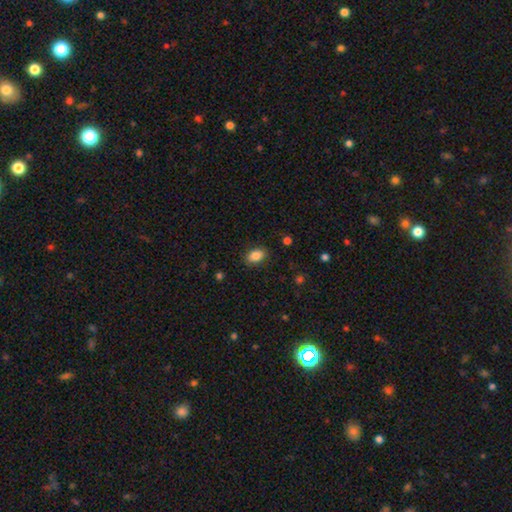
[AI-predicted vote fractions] Smooth or featured? Predicted: smooth (p=0.86). How rounded? Predicted: in between (p=0.86). Merging? Predicted: none (p=0.86).